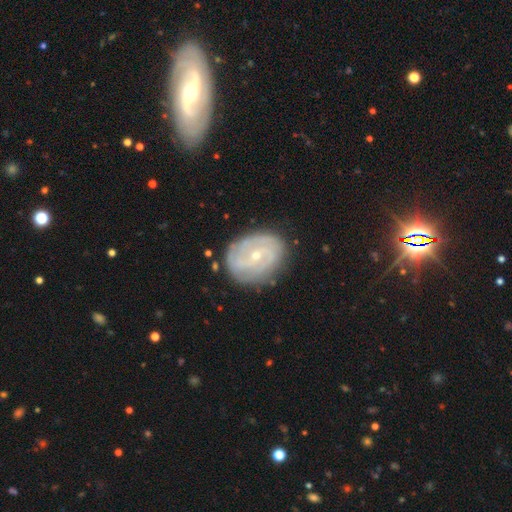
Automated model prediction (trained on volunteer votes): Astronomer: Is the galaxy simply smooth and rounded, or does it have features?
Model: featured or disk — 78%.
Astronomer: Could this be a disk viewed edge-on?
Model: no — 97%.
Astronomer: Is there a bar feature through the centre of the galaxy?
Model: no — 53% (runner-up: weak, 37%).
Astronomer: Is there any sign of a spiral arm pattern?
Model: yes — 88%.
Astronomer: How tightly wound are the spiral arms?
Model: tight — 61%.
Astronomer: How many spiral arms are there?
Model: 2 — 39% (runner-up: can't tell, 33%).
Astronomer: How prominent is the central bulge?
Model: small — 71%.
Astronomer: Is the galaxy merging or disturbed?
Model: none — 79%.